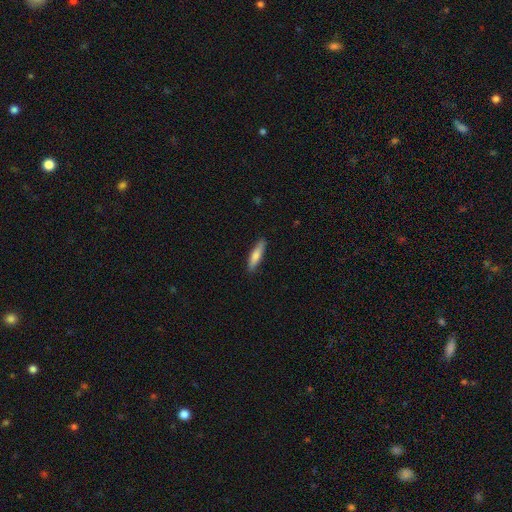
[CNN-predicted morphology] smooth_or_featured: smooth (p=0.74) [alt: featured or disk p=0.21]
how_rounded: cigar-shaped (p=0.79) [alt: in between p=0.19]
merging: none (p=0.87) [alt: minor disturbance p=0.10]